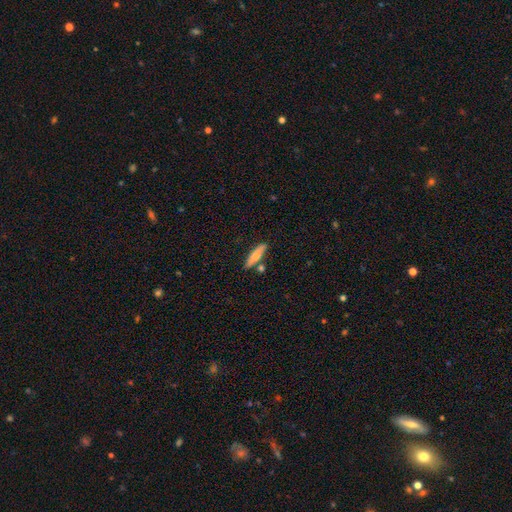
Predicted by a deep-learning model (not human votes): Morphology: type=smooth (61%); roundness=cigar-shaped (74%); merging=none (76%).